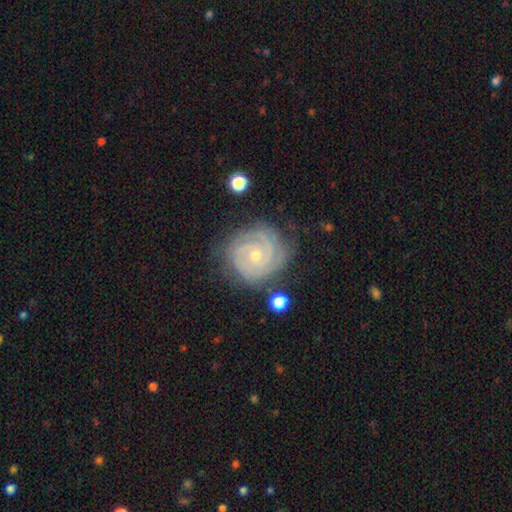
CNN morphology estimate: Overall: featured or disk (90%). Edge-on disk: no (98%). Bar: no (74%). Spiral arms: yes (98%). Spiral arm count: 2 (38%; 3 32%). Spiral winding: tight (80%). Bulge size: small (66%; moderate 31%). Merging: none (77%).